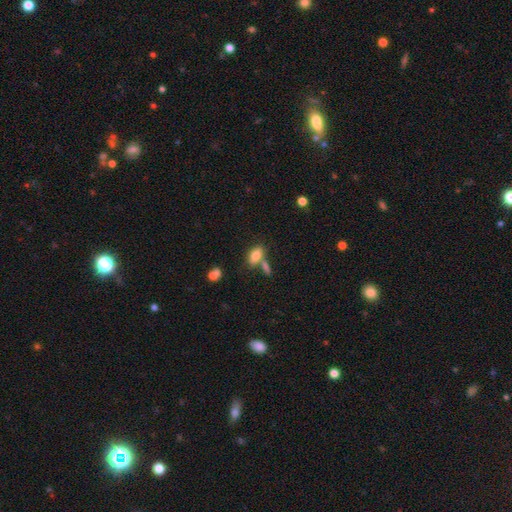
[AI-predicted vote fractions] This is likely a smooth galaxy (79%). How rounded: clearly in between (85%). Merging: possibly none (54%).